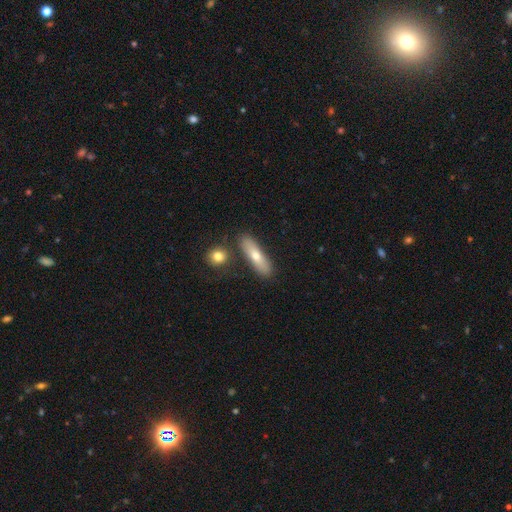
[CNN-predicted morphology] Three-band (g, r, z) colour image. It shows a smooth galaxy with no disk features (64%) that is cigar-shaped (65%). Merging: none (80%).